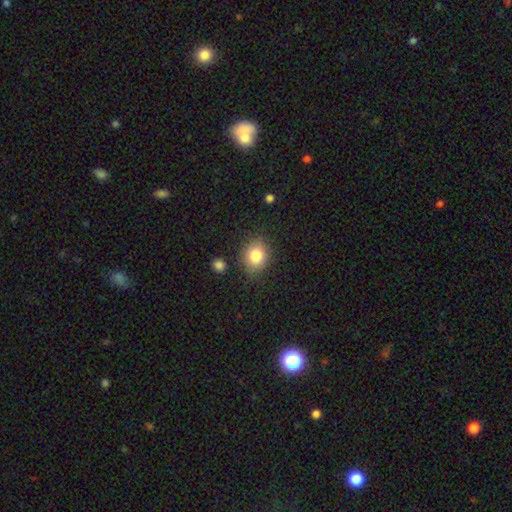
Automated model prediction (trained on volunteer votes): Overall: smooth (82%). How rounded: round (61%; in between 38%). Merging: none (81%).